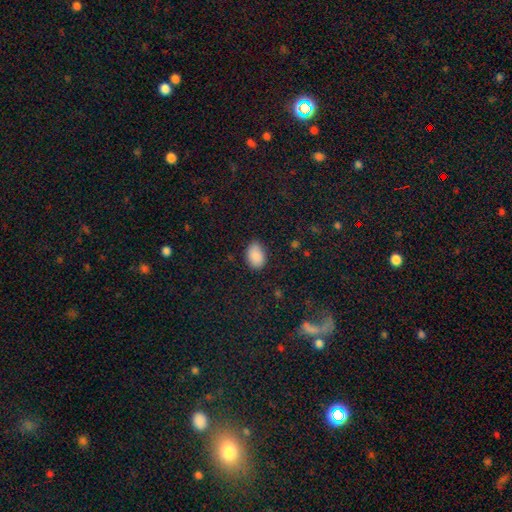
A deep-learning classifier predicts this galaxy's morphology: Smooth or featured: smooth — 89% (star or artifact — 8%)
How rounded: in between — 86% (round — 13%)
Merging: none — 80% (minor disturbance — 15%)